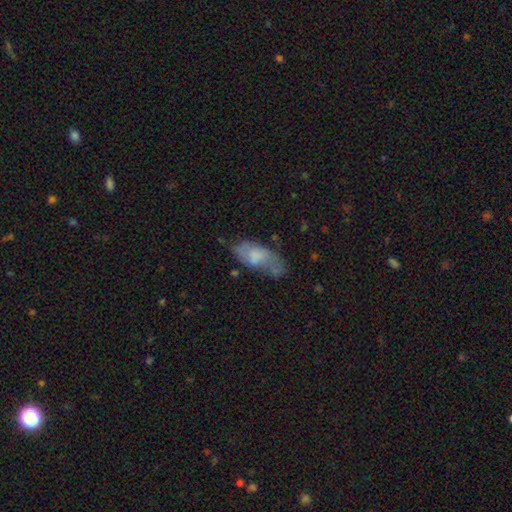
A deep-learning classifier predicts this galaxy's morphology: The model was most divided on "merging": none: 44%, minor disturbance: 30%, major disturbance: 20%, merger: 6%. More confident: how rounded — in between (86%); smooth or featured — smooth (57%).